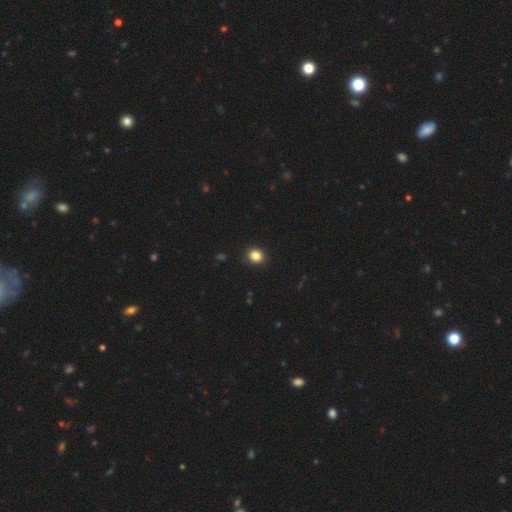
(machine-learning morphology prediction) A smooth galaxy with no disk features (85%) that is round (77%). Merging: none (92%).